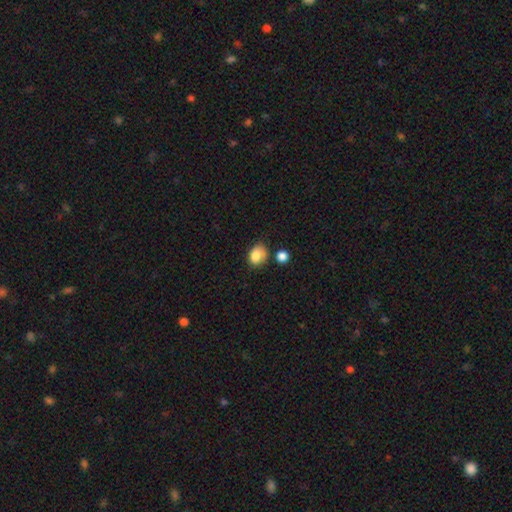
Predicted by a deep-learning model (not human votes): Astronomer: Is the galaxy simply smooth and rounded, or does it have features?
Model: smooth — 82%.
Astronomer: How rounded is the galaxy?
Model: in between — 63%.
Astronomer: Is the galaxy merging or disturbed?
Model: none — 53%.